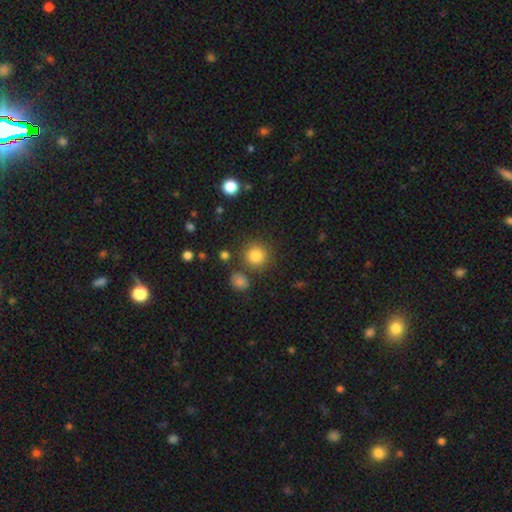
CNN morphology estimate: Smooth or featured? Predicted: smooth (p=0.83). How rounded? Predicted: round (p=0.92). Merging? Predicted: none (p=0.82).